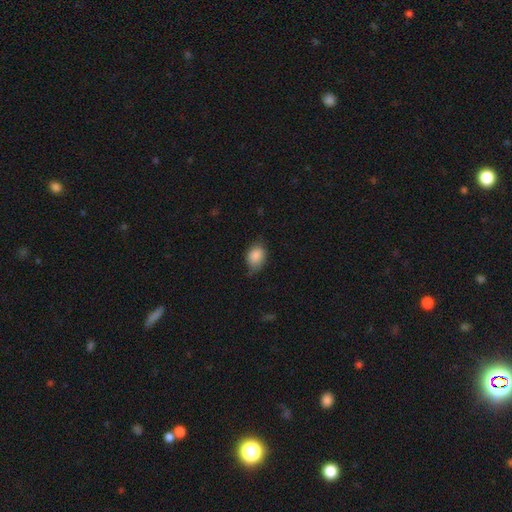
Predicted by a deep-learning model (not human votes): Smooth or featured? Predicted: smooth (p=0.86). How rounded? Predicted: in between (p=0.73). Merging? Predicted: none (p=0.60).